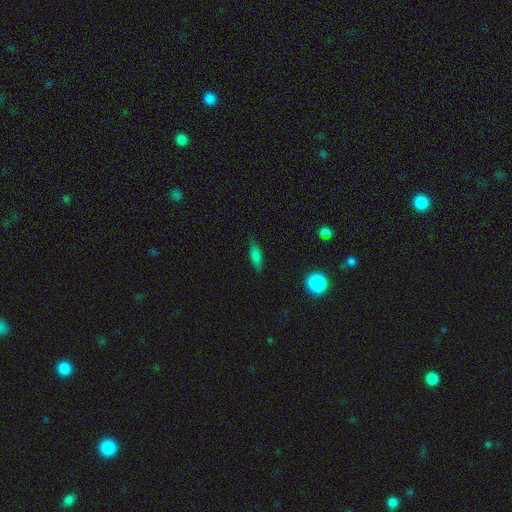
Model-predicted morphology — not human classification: A smooth galaxy with no disk features (70%) that is cigar-shaped (52%).

Vote fractions:
- Smooth or featured? smooth: 70% / featured or disk: 20% / star or artifact: 10%
- How rounded? cigar-shaped: 52% / in between: 44% / round: 4%
- Merging? none: 84% / minor disturbance: 13% / major disturbance: 3% / merger: 1%